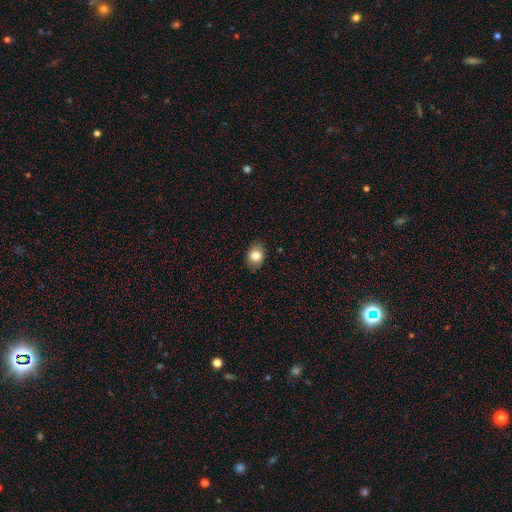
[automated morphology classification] A smooth galaxy with no disk features (81%) that is in between round and cigar-shaped (65%).

Vote fractions:
- Smooth or featured? smooth: 81% / featured or disk: 10% / star or artifact: 9%
- How rounded? in between: 65% / round: 33% / cigar-shaped: 1%
- Merging? none: 87% / minor disturbance: 10% / major disturbance: 2% / merger: 1%